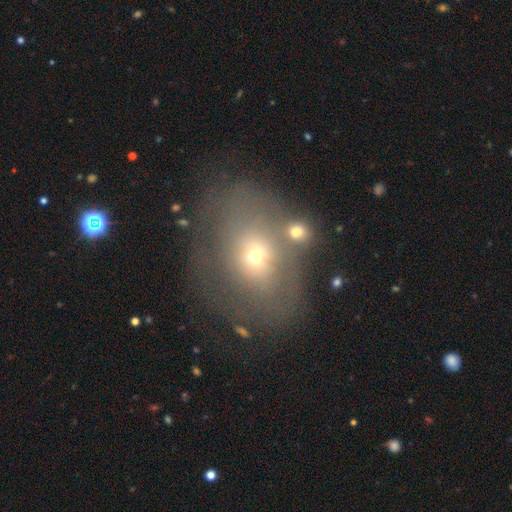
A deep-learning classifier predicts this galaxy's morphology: type=smooth (50%); merging=none (46%).